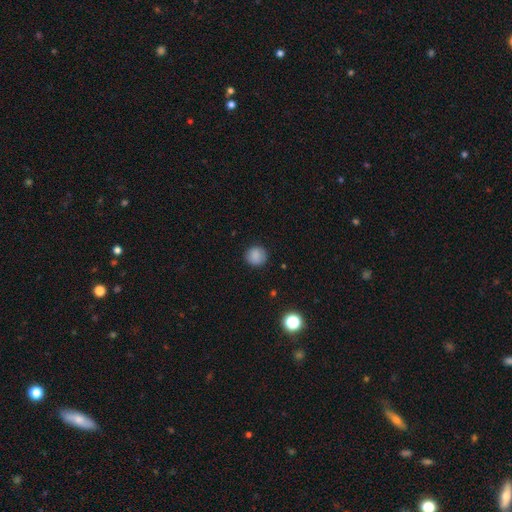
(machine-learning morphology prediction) Q: Smooth or featured?
A: smooth (86%); runner-up: star or artifact (10%)
Q: How rounded?
A: round (92%); runner-up: in between (7%)
Q: Merging?
A: none (88%); runner-up: minor disturbance (9%)